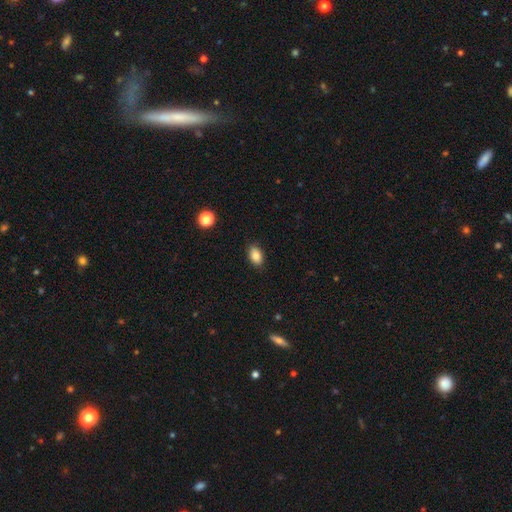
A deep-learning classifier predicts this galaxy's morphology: Overall: smooth (85%). How rounded: in between (87%). Merging: none (86%).